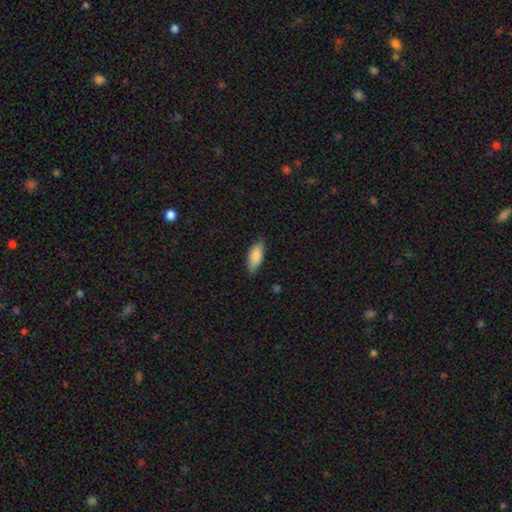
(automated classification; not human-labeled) The model was most divided on "merging": none: 79%, minor disturbance: 17%, major disturbance: 3%, merger: 1%. More confident: smooth or featured — smooth (85%); how rounded — in between (84%).